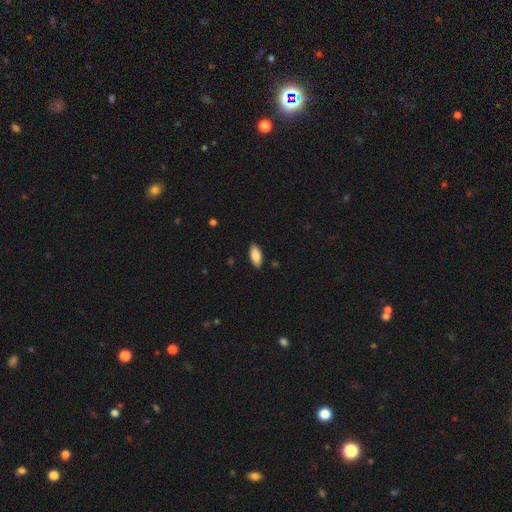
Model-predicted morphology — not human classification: smooth 86%, featured or disk 8%, star or artifact 6%. Down the decision tree: how rounded — in between (89%); merging — none (88%).